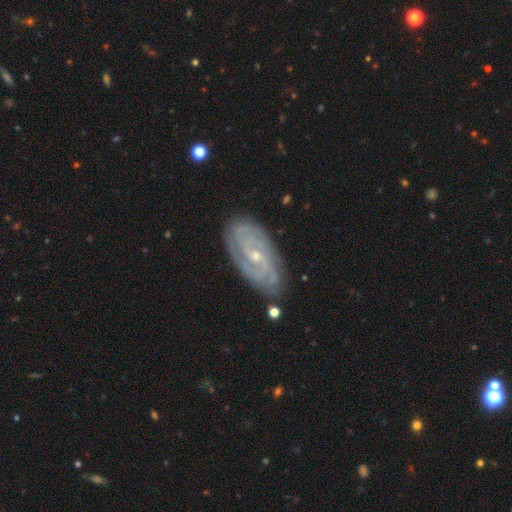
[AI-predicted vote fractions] Q: Smooth or featured?
A: featured or disk (87%); runner-up: smooth (7%)
Q: Edge-on disk?
A: no (94%); runner-up: yes (6%)
Q: Bar?
A: no (49%); runner-up: weak (38%)
Q: Spiral arms?
A: yes (97%); runner-up: no (3%)
Q: Spiral winding?
A: tight (65%); runner-up: medium (29%)
Q: Spiral arm count?
A: 2 (34%); runner-up: 3 (23%)
Q: Bulge size?
A: small (69%); runner-up: moderate (28%)
Q: Merging?
A: none (82%); runner-up: minor disturbance (13%)